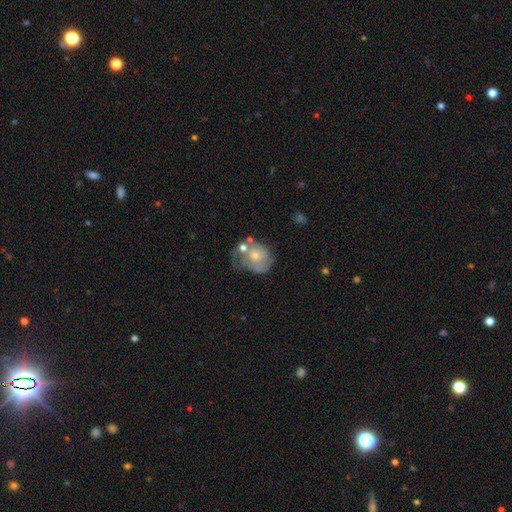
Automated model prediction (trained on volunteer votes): A featured or disk galaxy (55%) with no bar (82%), spiral arms (58%) and a moderate central bulge (48%).

Vote fractions:
- Smooth or featured? featured or disk: 55% / smooth: 38% / star or artifact: 7%
- Edge-on disk? no: 97% / yes: 3%
- Bar? no: 82% / weak: 15% / strong: 2%
- Spiral arms? yes: 58% / no: 42%
- Bulge size? moderate: 48% / small: 43% / none: 4% / large: 4% / dominant: 1%
- Merging? none: 32% / minor disturbance: 27% / major disturbance: 23% / merger: 19%